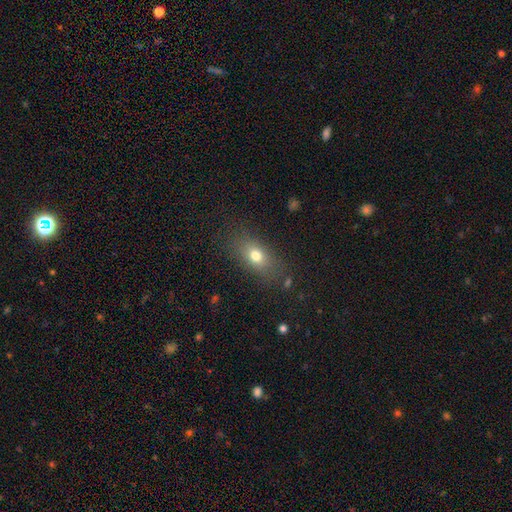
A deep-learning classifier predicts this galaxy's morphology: Smooth or featured?
  - smooth: 73% *
  - featured or disk: 15%
  - star or artifact: 12%
How rounded?
  - in between: 74% *
  - round: 17%
  - cigar-shaped: 9%
Merging?
  - none: 81% *
  - minor disturbance: 12%
  - major disturbance: 5%
  - merger: 2%